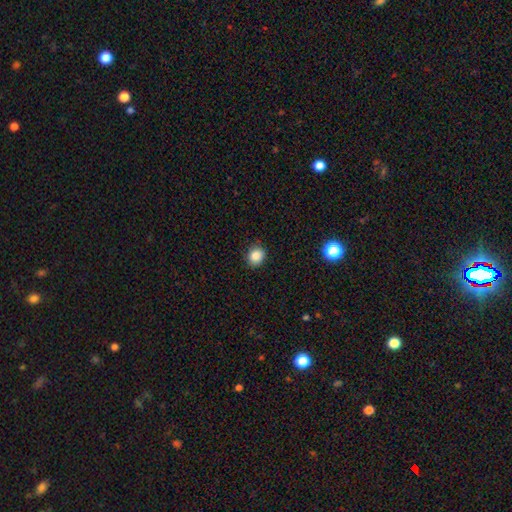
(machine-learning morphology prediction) This is clearly a smooth galaxy (86%). How rounded: likely round (74%). Merging: clearly none (87%).